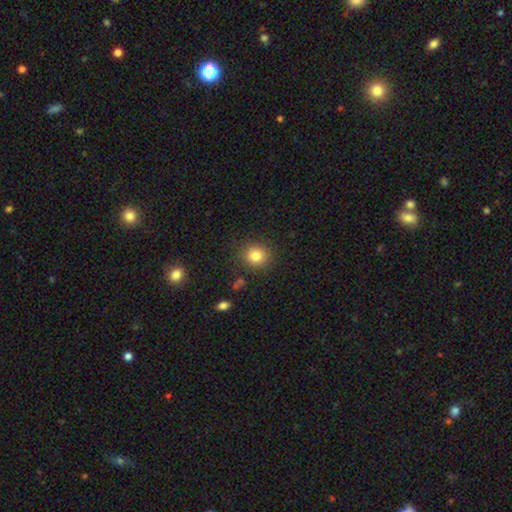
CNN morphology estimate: A smooth galaxy with no disk features (82%) that is round (86%). Merging: none (87%).